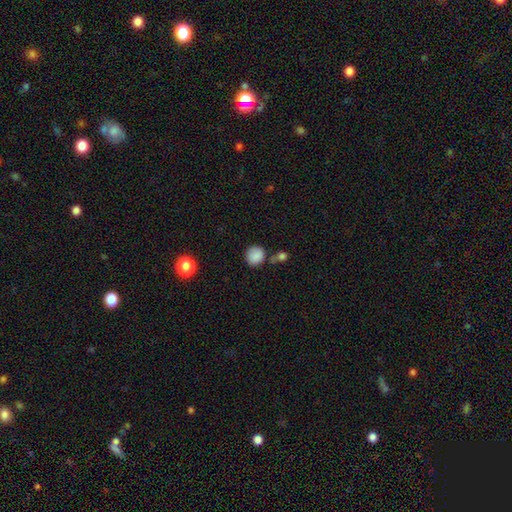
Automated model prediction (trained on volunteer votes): Q: Smooth or featured?
A: smooth (86%); runner-up: star or artifact (9%)
Q: How rounded?
A: round (88%); runner-up: in between (11%)
Q: Merging?
A: none (72%); runner-up: minor disturbance (14%)